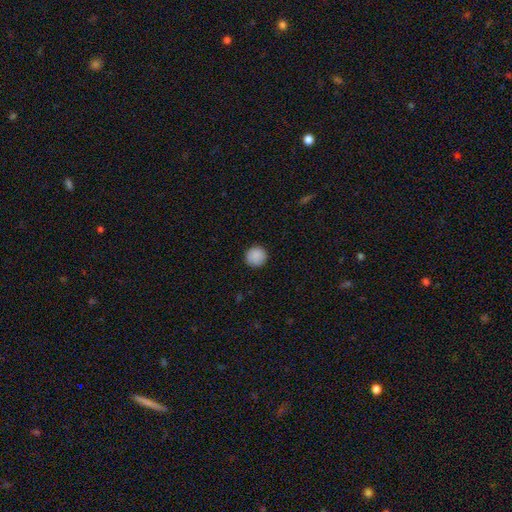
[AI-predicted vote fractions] Smooth or featured: smooth — 89% (star or artifact — 8%)
How rounded: round — 95% (in between — 4%)
Merging: none — 91% (minor disturbance — 6%)